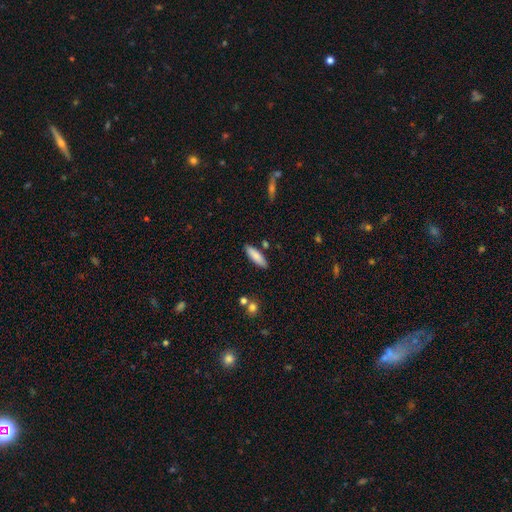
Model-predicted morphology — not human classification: A smooth galaxy with no disk features (82%) that is cigar-shaped (53%).

Vote fractions:
- Smooth or featured? smooth: 82% / featured or disk: 12% / star or artifact: 6%
- How rounded? cigar-shaped: 53% / in between: 46% / round: 2%
- Merging? none: 84% / minor disturbance: 10% / merger: 4% / major disturbance: 2%